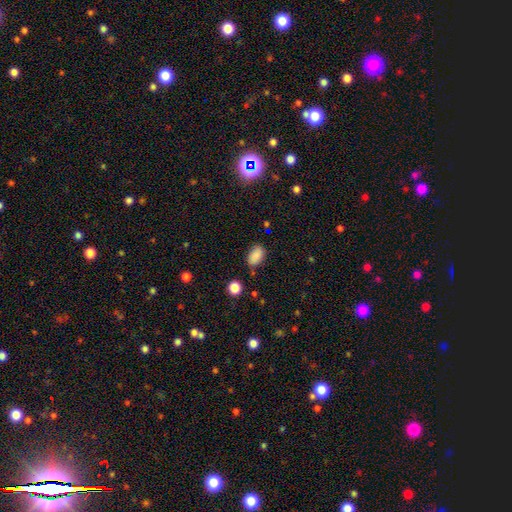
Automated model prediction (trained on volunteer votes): The model was most divided on "merging": none: 79%, minor disturbance: 15%, major disturbance: 3%, merger: 3%. More confident: how rounded — in between (90%); smooth or featured — smooth (86%).